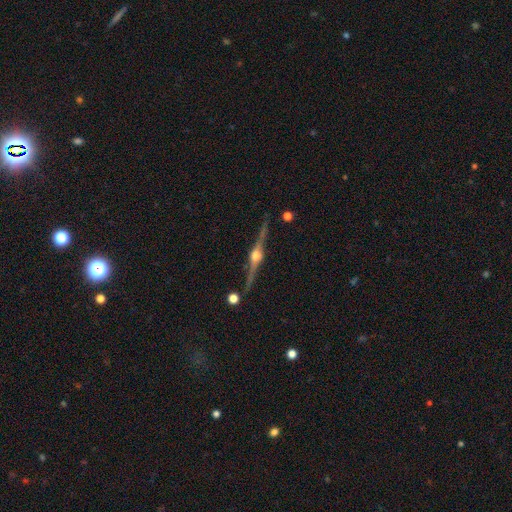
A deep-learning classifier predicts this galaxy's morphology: Smooth or featured?
  - featured or disk: 90% *
  - star or artifact: 6%
  - smooth: 4%
Edge-on disk?
  - yes: 98% *
  - no: 2%
Edge-on bulge?
  - rounded: 95% *
  - boxy: 4%
  - none: 1%
Merging?
  - none: 88% *
  - minor disturbance: 8%
  - merger: 2%
  - major disturbance: 2%